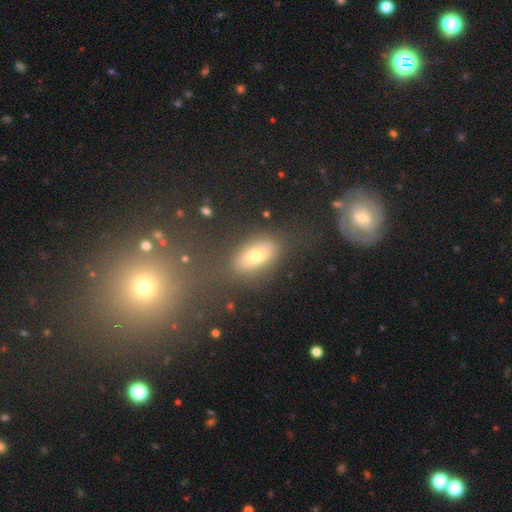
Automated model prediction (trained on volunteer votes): Smooth or featured?
  - smooth: 65% *
  - featured or disk: 22%
  - star or artifact: 14%
How rounded?
  - in between: 84% *
  - round: 10%
  - cigar-shaped: 6%
Merging?
  - none: 76% *
  - minor disturbance: 13%
  - major disturbance: 6%
  - merger: 5%